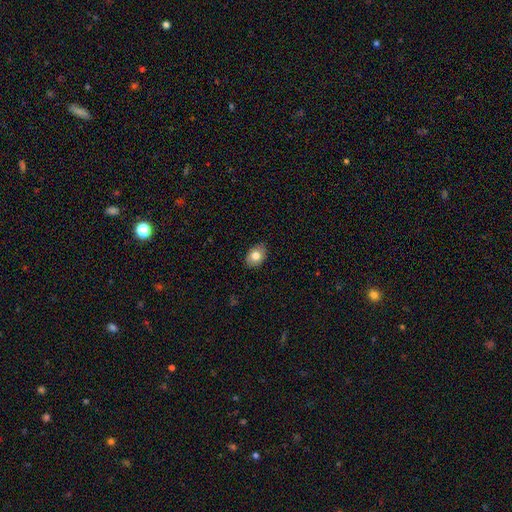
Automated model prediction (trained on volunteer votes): A smooth galaxy with no disk features (79%) that is in between round and cigar-shaped (74%).

Vote fractions:
- Smooth or featured? smooth: 79% / featured or disk: 13% / star or artifact: 8%
- How rounded? in between: 74% / round: 24% / cigar-shaped: 1%
- Merging? none: 86% / minor disturbance: 11% / major disturbance: 2% / merger: 1%